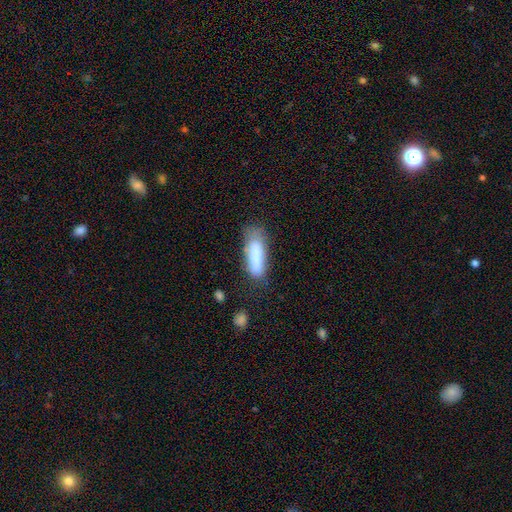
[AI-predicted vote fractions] Smooth or featured? smooth (79%)
How rounded? cigar-shaped (56%)
Merging? none (59%)